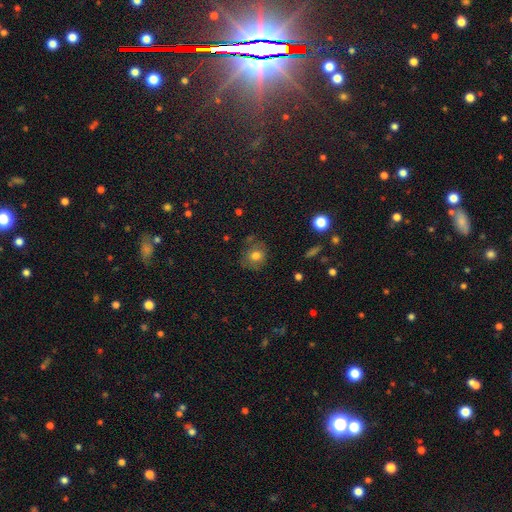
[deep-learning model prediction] Smooth or featured: smooth — 74% (featured or disk — 14%)
How rounded: round — 77% (in between — 22%)
Merging: none — 71% (minor disturbance — 19%)